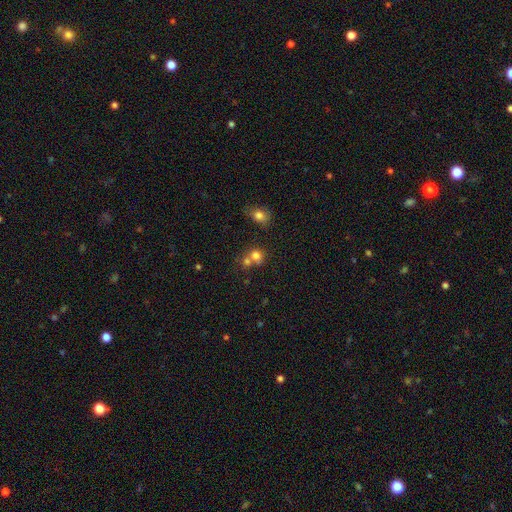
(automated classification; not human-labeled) A smooth galaxy with no disk features (76%) that is round (72%).

Vote fractions:
- Smooth or featured? smooth: 76% / star or artifact: 13% / featured or disk: 11%
- How rounded? round: 72% / in between: 27% / cigar-shaped: 1%
- Merging? merger: 50% / none: 38% / minor disturbance: 8% / major disturbance: 4%